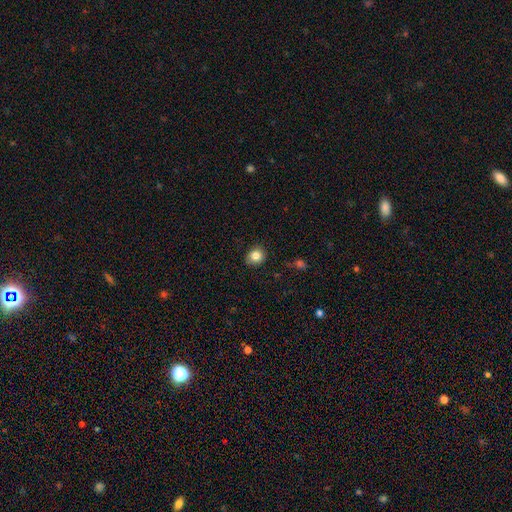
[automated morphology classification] This is clearly a smooth galaxy (84%). How rounded: likely round (77%). Merging: clearly none (85%).